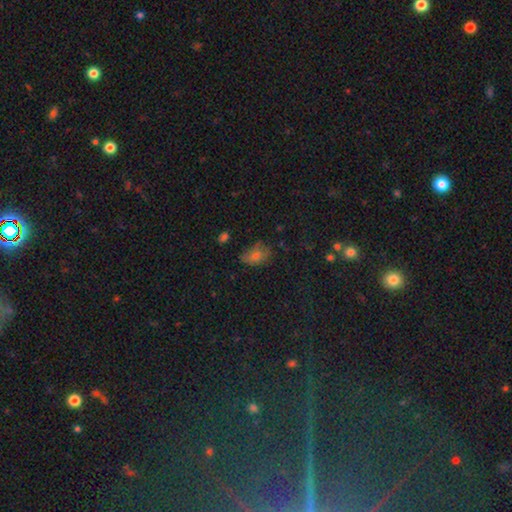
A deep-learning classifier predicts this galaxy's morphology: Smooth or featured? Predicted: smooth (p=0.64). How rounded? Predicted: in between (p=0.78). Merging? Predicted: none (p=0.59).